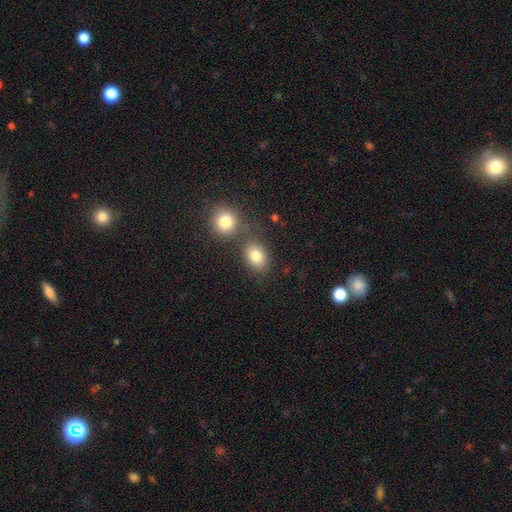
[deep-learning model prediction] Q: Smooth or featured?
A: smooth (82%); runner-up: star or artifact (10%)
Q: How rounded?
A: in between (59%); runner-up: round (39%)
Q: Merging?
A: none (61%); runner-up: merger (25%)